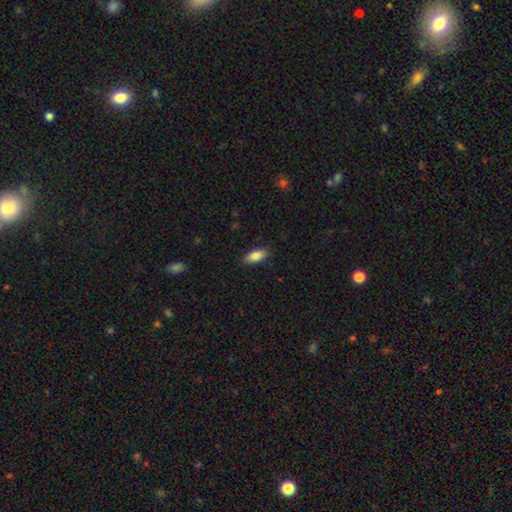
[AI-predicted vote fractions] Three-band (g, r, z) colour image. It shows a smooth galaxy with no disk features (86%) that is in between round and cigar-shaped (84%). Merging: none (87%).